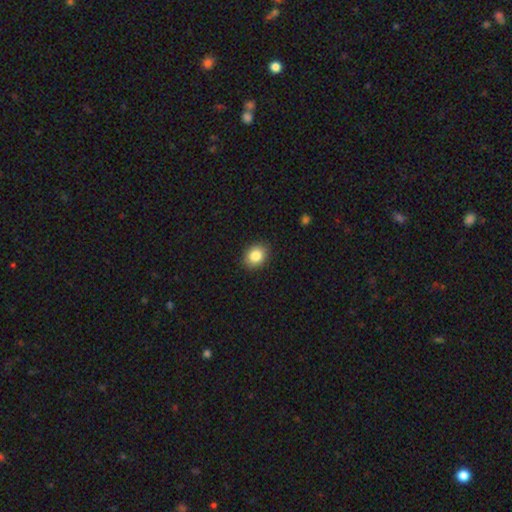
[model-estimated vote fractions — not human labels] smooth 85%, star or artifact 9%, featured or disk 6%. Down the decision tree: how rounded — round (50%); merging — none (90%).